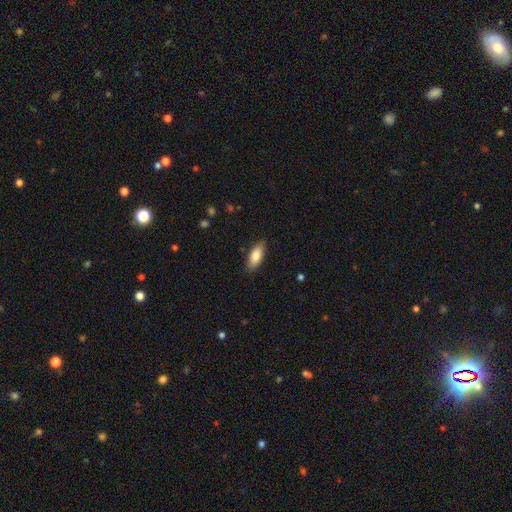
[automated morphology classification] smooth 82%, featured or disk 12%, star or artifact 6%. Down the decision tree: how rounded — in between (80%); merging — none (86%).